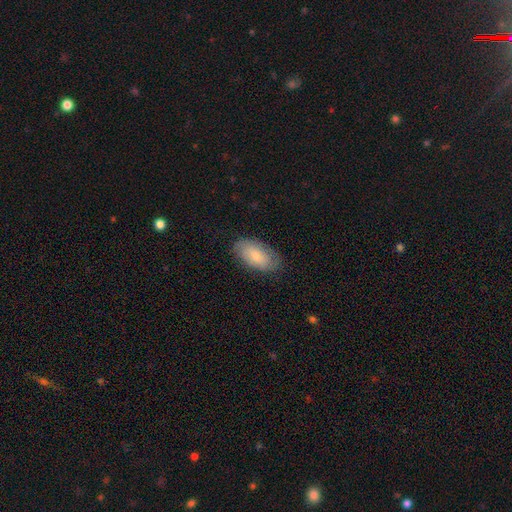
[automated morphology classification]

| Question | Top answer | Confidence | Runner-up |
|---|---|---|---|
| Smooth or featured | smooth | 73% | featured or disk (21%) |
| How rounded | in between | 94% | round (3%) |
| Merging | none | 80% | minor disturbance (15%) |